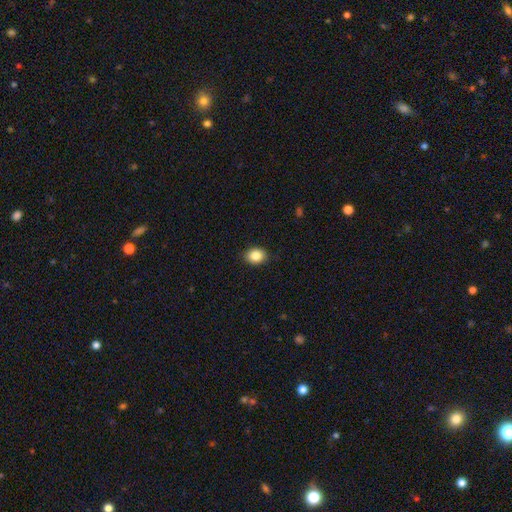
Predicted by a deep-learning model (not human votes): The model was most divided on "how rounded": in between: 53%, round: 46%, cigar-shaped: 1%. More confident: merging — none (90%); smooth or featured — smooth (85%).